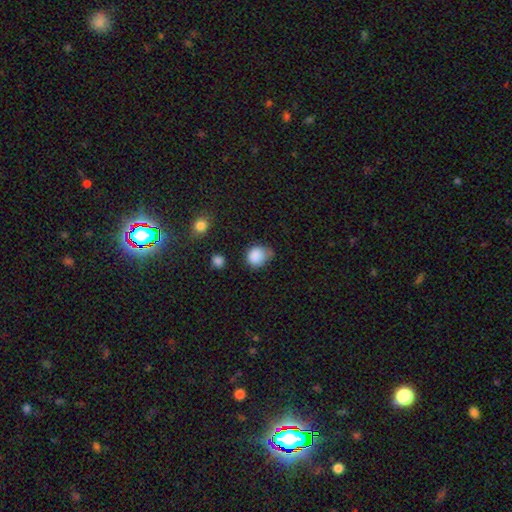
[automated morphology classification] smooth_or_featured: smooth (p=0.86) [alt: star or artifact p=0.09]
how_rounded: round (p=0.64) [alt: in between p=0.35]
merging: none (p=0.47) [alt: minor disturbance p=0.40]